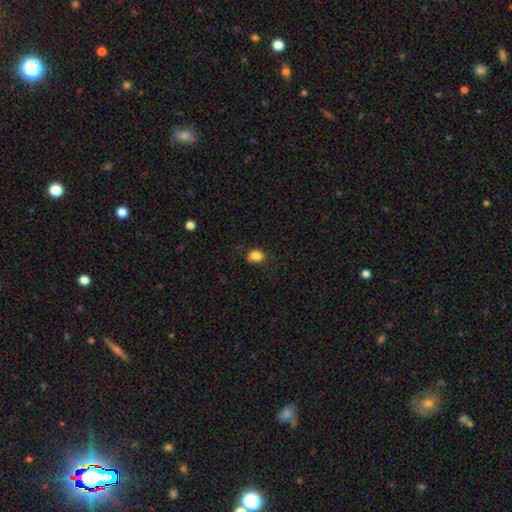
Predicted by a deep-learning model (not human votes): Morphology: type=smooth (85%); roundness=in between (52%); merging=none (79%).